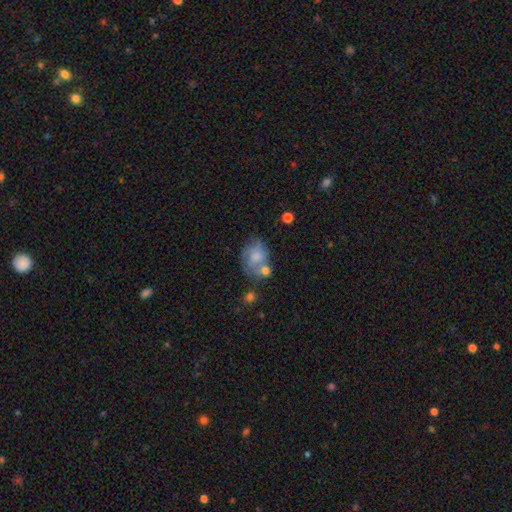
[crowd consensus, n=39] A smooth galaxy with no disk features (62%) that is round (50%, tied with in between). Merging: none (30%, tied with minor disturbance).